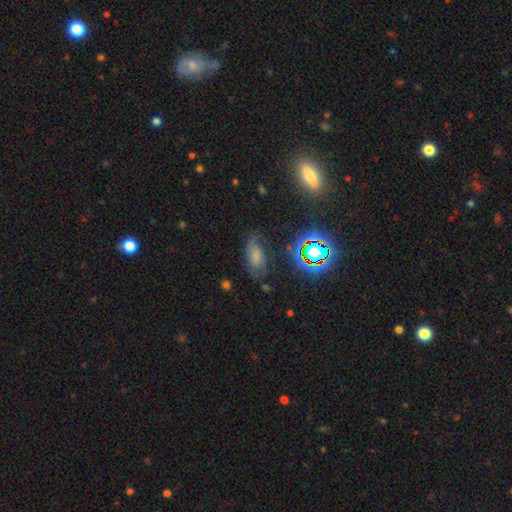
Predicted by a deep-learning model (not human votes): The model was most divided on "smooth or featured": smooth: 48%, featured or disk: 31%, star or artifact: 21%. More confident: merging — none (58%).